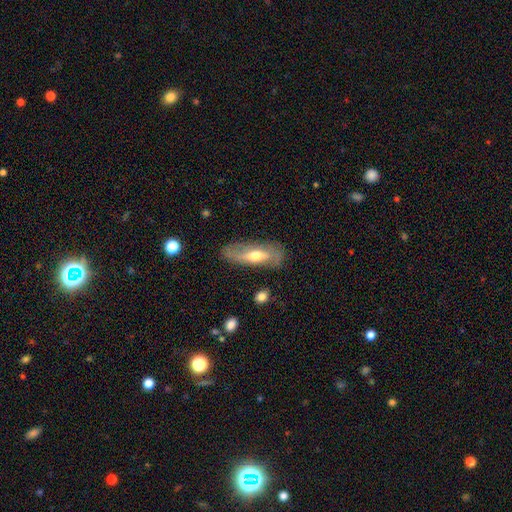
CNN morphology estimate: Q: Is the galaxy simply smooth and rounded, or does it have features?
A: featured or disk — 51%.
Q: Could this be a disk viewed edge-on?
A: no — 62%.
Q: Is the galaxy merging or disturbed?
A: none — 70%.